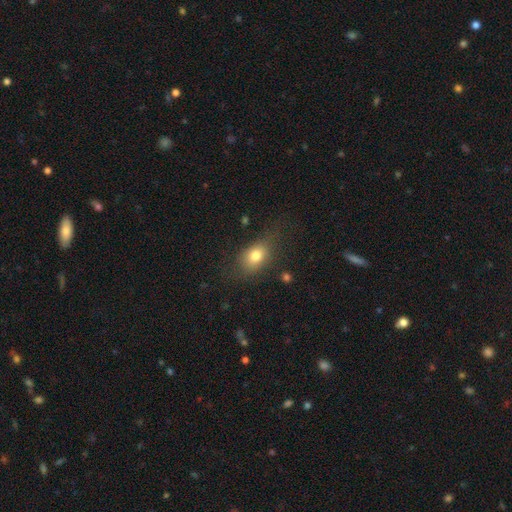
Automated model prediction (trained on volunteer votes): smooth 77%, featured or disk 13%, star or artifact 10%. Down the decision tree: how rounded — in between (71%); merging — none (66%).